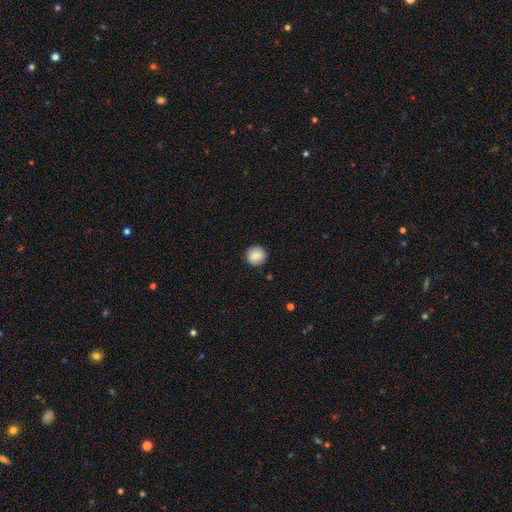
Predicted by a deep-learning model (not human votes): Morphology: type=smooth (85%); roundness=round (95%); merging=none (91%).